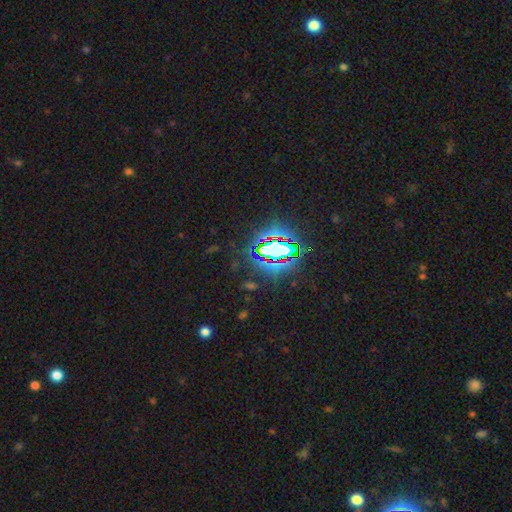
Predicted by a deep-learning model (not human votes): Smooth or featured: star or artifact — 78% (smooth — 13%)